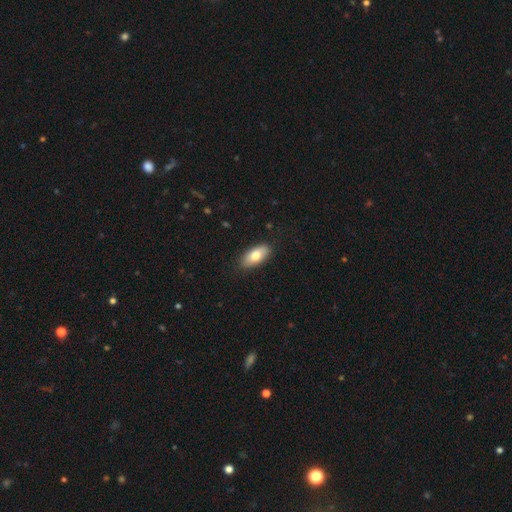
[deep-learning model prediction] smooth 75%, featured or disk 19%, star or artifact 6%. Down the decision tree: how rounded — in between (90%); merging — none (87%).